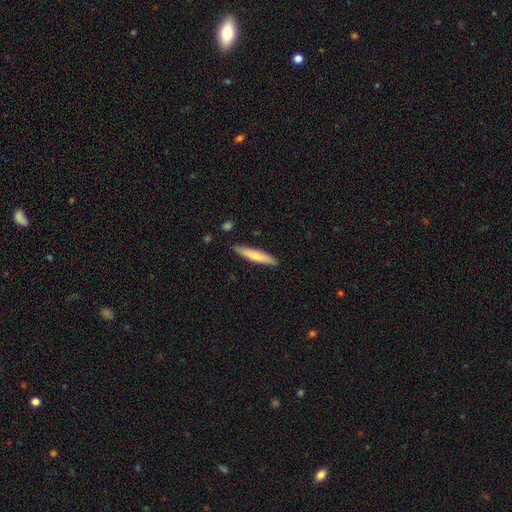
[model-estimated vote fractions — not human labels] Morphology: type=smooth (68%); roundness=cigar-shaped (87%); merging=none (89%).